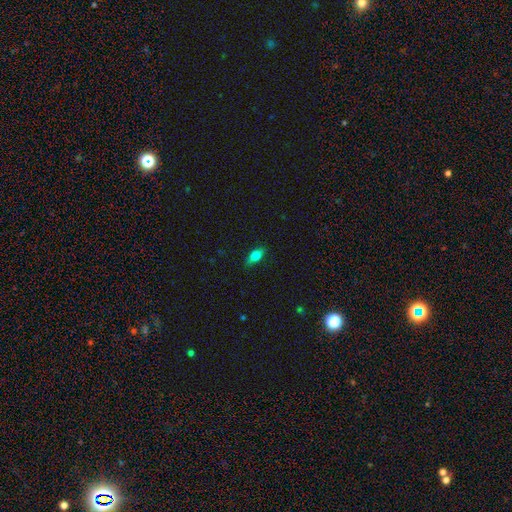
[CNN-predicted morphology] smooth_or_featured: smooth (p=0.77) [alt: featured or disk p=0.15]
how_rounded: in between (p=0.81) [alt: cigar-shaped p=0.12]
merging: none (p=0.80) [alt: minor disturbance p=0.16]